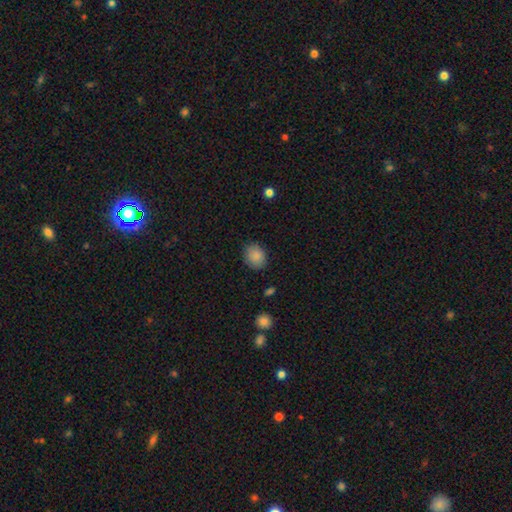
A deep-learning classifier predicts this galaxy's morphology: Smooth or featured?
  - smooth: 87% *
  - star or artifact: 9%
  - featured or disk: 5%
How rounded?
  - round: 58% *
  - in between: 41%
  - cigar-shaped: 1%
Merging?
  - none: 84% *
  - minor disturbance: 12%
  - major disturbance: 3%
  - merger: 1%